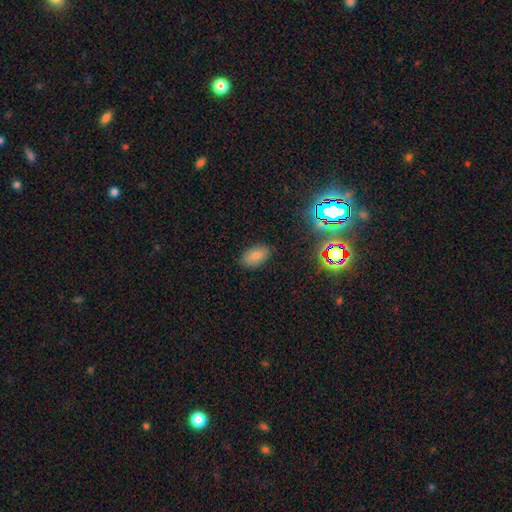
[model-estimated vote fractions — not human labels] Smooth or featured?
  - smooth: 73% *
  - star or artifact: 14%
  - featured or disk: 12%
How rounded?
  - in between: 90% *
  - round: 8%
  - cigar-shaped: 2%
Merging?
  - none: 85% *
  - minor disturbance: 11%
  - major disturbance: 3%
  - merger: 1%